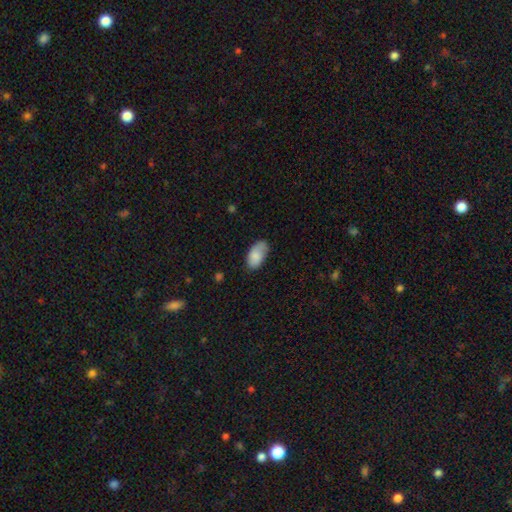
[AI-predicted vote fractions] smooth-or-featured: smooth: 81% | featured or disk: 13% | star or artifact: 6%
  how-rounded: in between: 95% | round: 3% | cigar-shaped: 2%
  merging: none: 62% | minor disturbance: 28% | major disturbance: 8% | merger: 2%